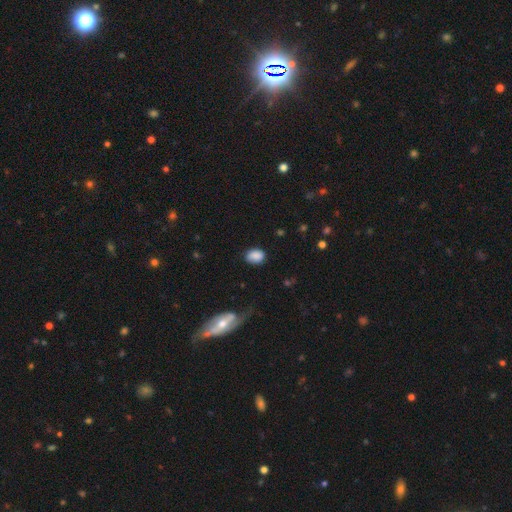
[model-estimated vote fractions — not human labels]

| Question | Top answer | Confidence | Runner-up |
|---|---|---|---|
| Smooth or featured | smooth | 84% | star or artifact (8%) |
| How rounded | in between | 66% | round (33%) |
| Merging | none | 72% | minor disturbance (20%) |